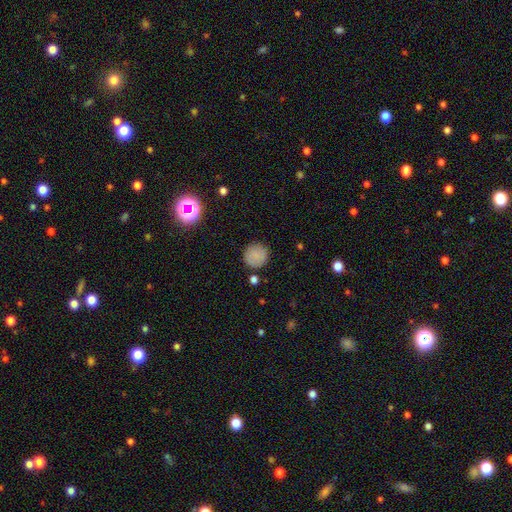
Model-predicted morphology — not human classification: The model was most divided on "smooth or featured": smooth: 81%, star or artifact: 10%, featured or disk: 9%. More confident: how rounded — round (94%); merging — none (87%).